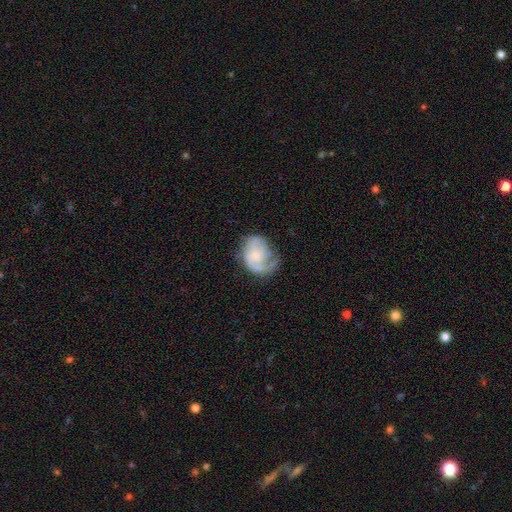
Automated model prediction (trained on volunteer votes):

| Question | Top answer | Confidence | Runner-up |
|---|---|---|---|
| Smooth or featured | featured or disk | 69% | smooth (25%) |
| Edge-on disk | no | 98% | yes (2%) |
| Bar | no | 73% | weak (24%) |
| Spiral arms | yes | 86% | no (14%) |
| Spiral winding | medium | 40% | tight (33%) |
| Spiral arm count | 1 | 36% | 2 (34%) |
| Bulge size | small | 50% | moderate (27%) |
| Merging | none | 45% | major disturbance (26%) |